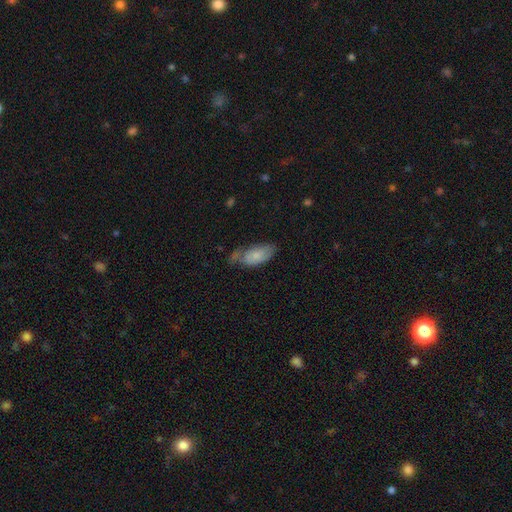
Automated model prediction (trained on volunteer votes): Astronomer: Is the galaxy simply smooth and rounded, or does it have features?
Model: smooth — 73%.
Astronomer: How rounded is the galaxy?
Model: in between — 90%.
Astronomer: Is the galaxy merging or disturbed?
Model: none — 38% (runner-up: minor disturbance, 35%).